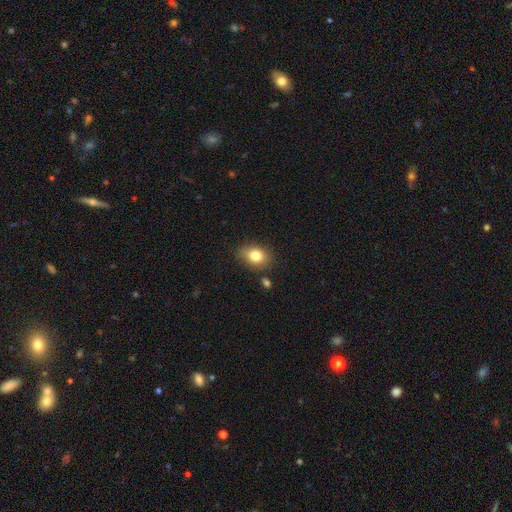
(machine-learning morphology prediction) The model was most divided on "how rounded": in between: 65%, round: 34%, cigar-shaped: 1%. More confident: smooth or featured — smooth (81%); merging — none (75%).